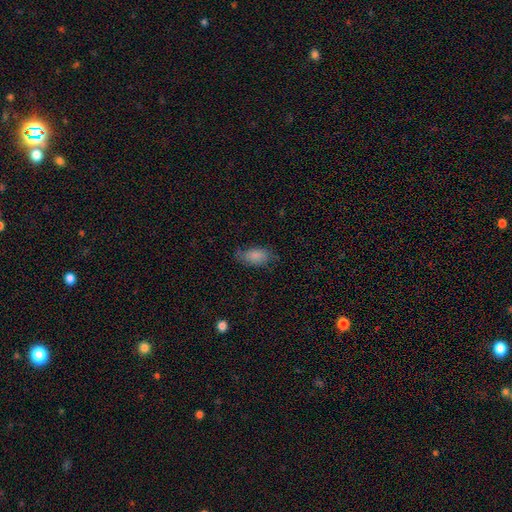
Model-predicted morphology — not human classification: A smooth galaxy with no disk features (82%) that is in between round and cigar-shaped (92%).

Vote fractions:
- Smooth or featured? smooth: 82% / featured or disk: 11% / star or artifact: 8%
- How rounded? in between: 92% / cigar-shaped: 5% / round: 4%
- Merging? none: 67% / minor disturbance: 24% / major disturbance: 8% / merger: 1%